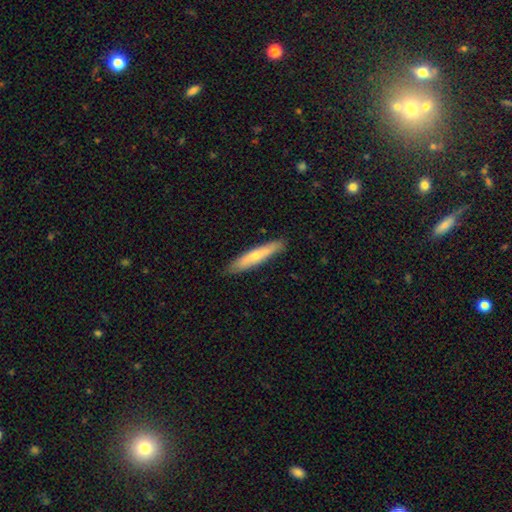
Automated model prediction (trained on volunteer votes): smooth_or_featured: smooth (p=0.56) [alt: featured or disk p=0.38]
how_rounded: cigar-shaped (p=0.88) [alt: in between p=0.11]
merging: none (p=0.87) [alt: minor disturbance p=0.10]